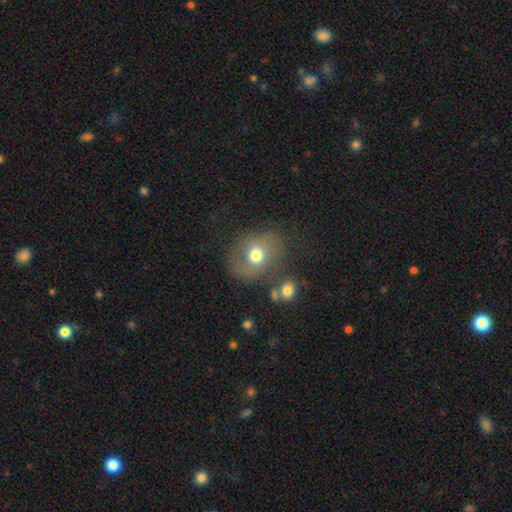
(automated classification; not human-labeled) Smooth or featured? smooth (61%)
How rounded? round (60%)
Merging? none (61%)